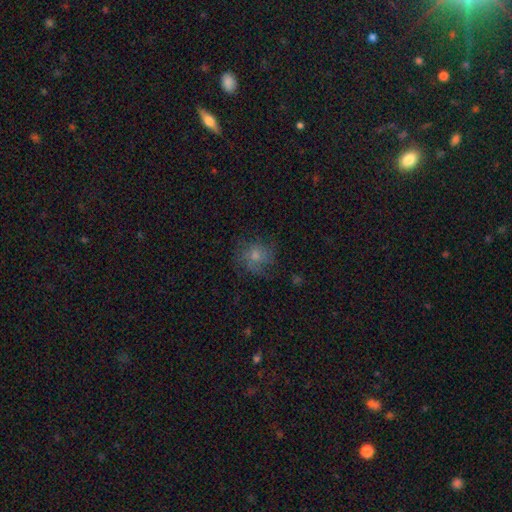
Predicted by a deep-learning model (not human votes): The model was most divided on "smooth or featured": smooth: 63%, featured or disk: 25%, star or artifact: 12%. More confident: how rounded — round (77%); merging — none (63%).